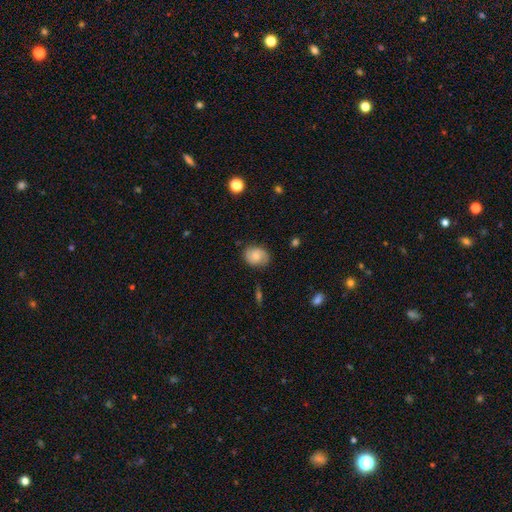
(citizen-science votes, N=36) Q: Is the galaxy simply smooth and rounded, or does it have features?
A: smooth — 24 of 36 (67%).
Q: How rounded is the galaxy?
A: in between — 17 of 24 (71%).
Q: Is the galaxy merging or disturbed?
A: none — 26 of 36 (72%).